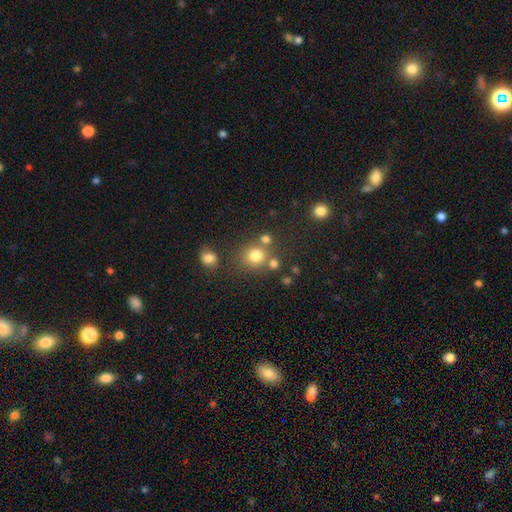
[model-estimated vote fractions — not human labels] The model was most divided on "merging": none: 68%, merger: 17%, minor disturbance: 10%, major disturbance: 5%. More confident: how rounded — round (85%); smooth or featured — smooth (77%).